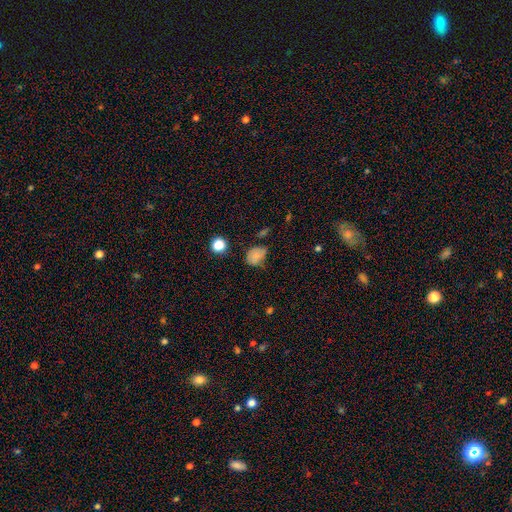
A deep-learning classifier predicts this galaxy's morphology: type=smooth (75%); roundness=in between (51%); merging=none (55%).